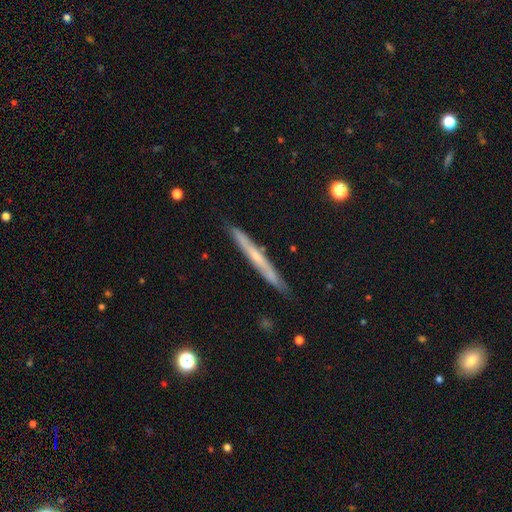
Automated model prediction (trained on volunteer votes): A featured or disk galaxy (54%) viewed edge-on (94%) with no central bulge (66%).

Vote fractions:
- Smooth or featured? featured or disk: 54% / smooth: 39% / star or artifact: 7%
- Edge-on disk? yes: 94% / no: 6%
- Edge-on bulge? none: 66% / rounded: 30% / boxy: 4%
- Merging? none: 87% / minor disturbance: 10% / major disturbance: 2% / merger: 1%